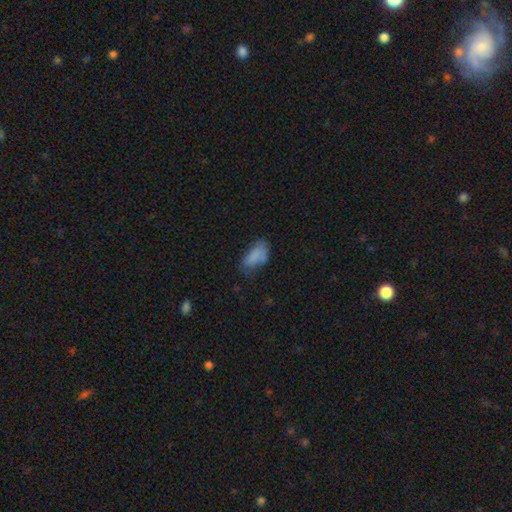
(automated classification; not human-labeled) Q: Smooth or featured?
A: smooth (76%); runner-up: featured or disk (13%)
Q: How rounded?
A: in between (90%); runner-up: cigar-shaped (6%)
Q: Merging?
A: none (46%); runner-up: minor disturbance (31%)